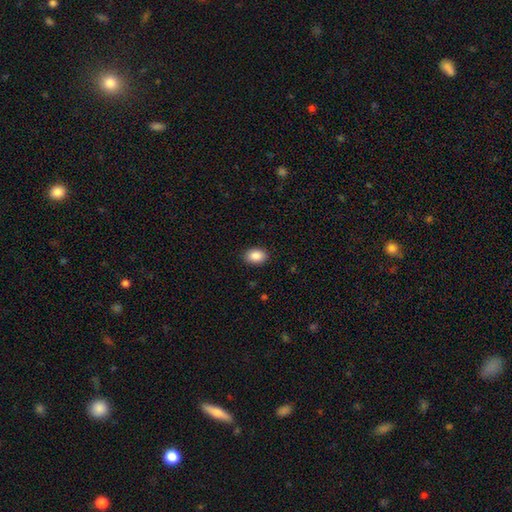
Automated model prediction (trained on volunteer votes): smooth-or-featured: smooth: 89% | star or artifact: 8% | featured or disk: 4%
  how-rounded: in between: 82% | round: 17% | cigar-shaped: 1%
  merging: none: 89% | minor disturbance: 8% | major disturbance: 2% | merger: 1%